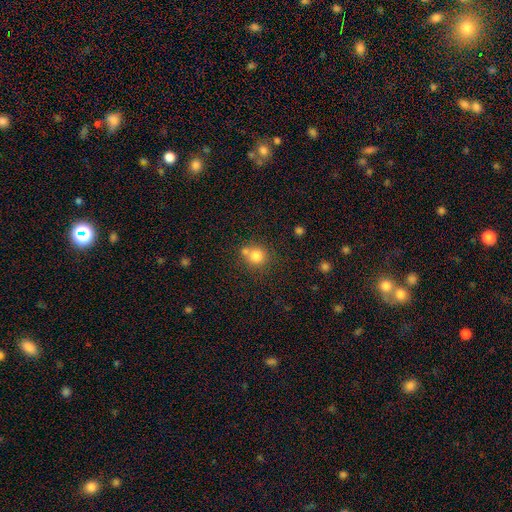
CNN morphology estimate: Smooth or featured? smooth (79%)
How rounded? round (88%)
Merging? none (58%)